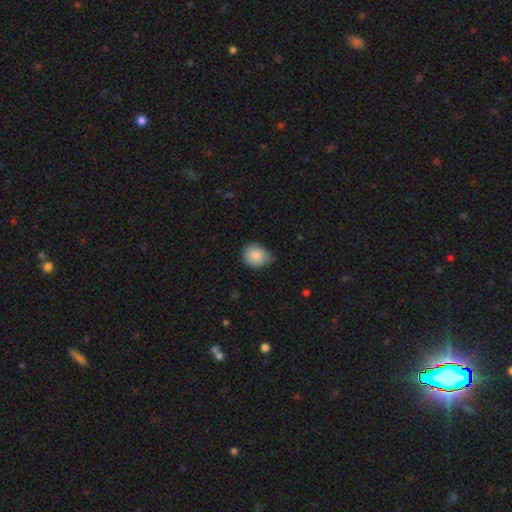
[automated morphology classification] The model was most divided on "merging": none: 54%, minor disturbance: 39%, major disturbance: 5%, merger: 2%. More confident: smooth or featured — smooth (86%); how rounded — round (67%).